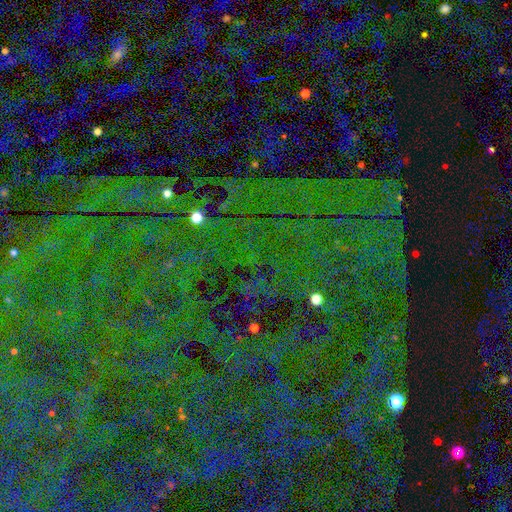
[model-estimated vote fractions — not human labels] The model was most divided on "smooth or featured": star or artifact: 83%, smooth: 9%, featured or disk: 8%.